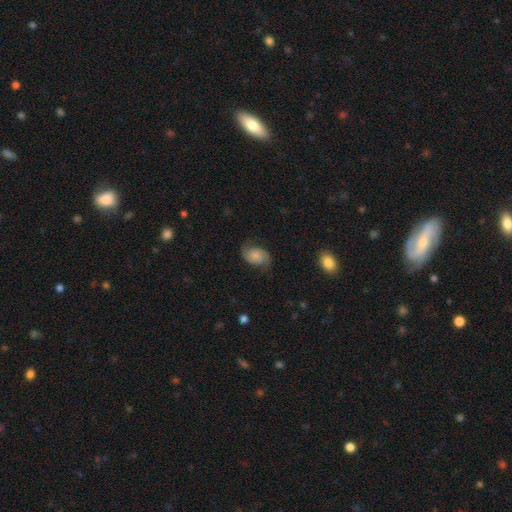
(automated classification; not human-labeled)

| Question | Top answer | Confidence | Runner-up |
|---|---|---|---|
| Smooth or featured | featured or disk | 60% | smooth (32%) |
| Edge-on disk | no | 97% | yes (3%) |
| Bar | no | 72% | weak (23%) |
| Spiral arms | yes | 93% | no (7%) |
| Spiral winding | medium | 43% | loose (36%) |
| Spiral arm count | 2 | 90% | can't tell (4%) |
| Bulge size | small | 42% | moderate (25%) |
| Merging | none | 69% | minor disturbance (20%) |